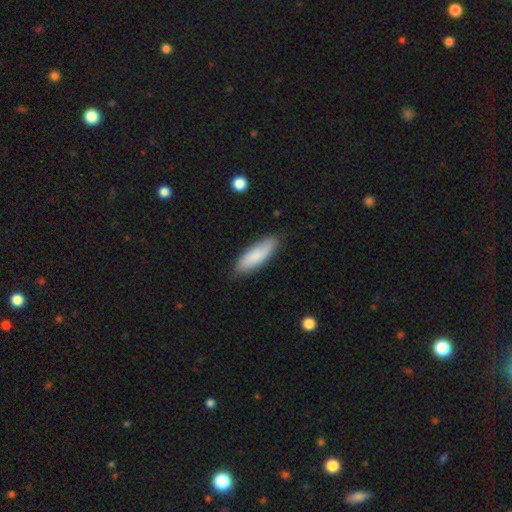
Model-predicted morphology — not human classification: Smooth or featured? smooth (83%)
How rounded? in between (52%)
Merging? none (84%)